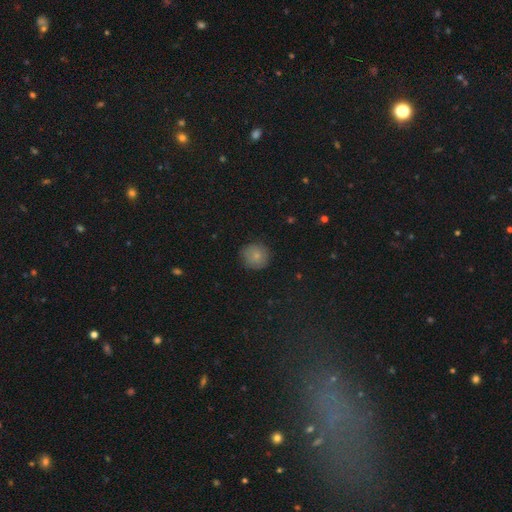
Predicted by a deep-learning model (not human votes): Q: Smooth or featured?
A: smooth (79%); runner-up: featured or disk (12%)
Q: How rounded?
A: round (92%); runner-up: in between (7%)
Q: Merging?
A: none (83%); runner-up: minor disturbance (13%)